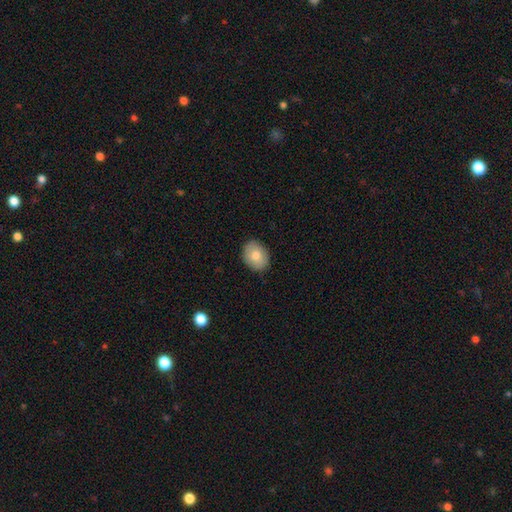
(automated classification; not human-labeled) Morphology: type=smooth (80%); roundness=in between (65%); merging=none (88%).